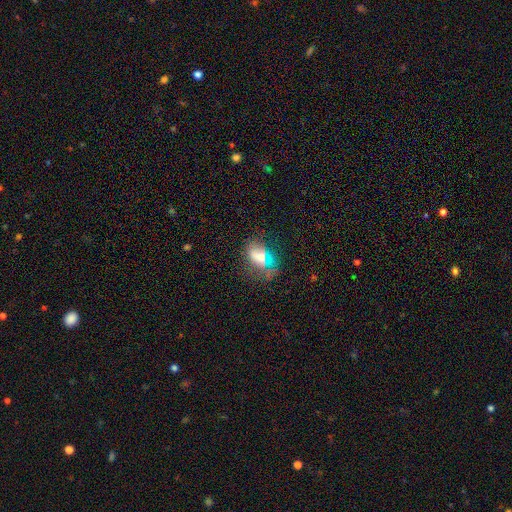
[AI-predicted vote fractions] Morphology: type=smooth (48%); merging=none (48%).